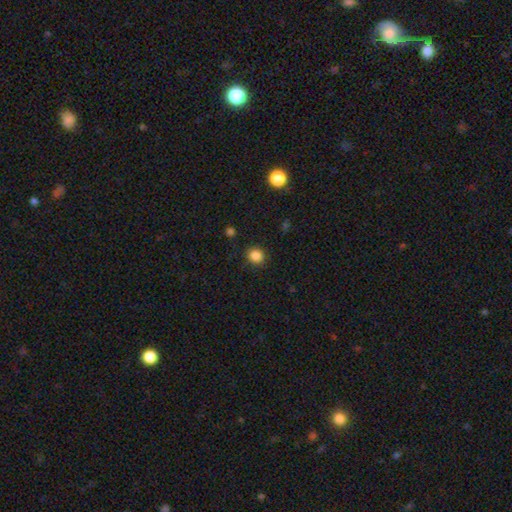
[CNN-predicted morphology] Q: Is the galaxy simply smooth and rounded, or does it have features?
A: smooth — 85%.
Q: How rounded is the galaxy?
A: round — 84%.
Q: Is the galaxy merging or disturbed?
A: none — 89%.